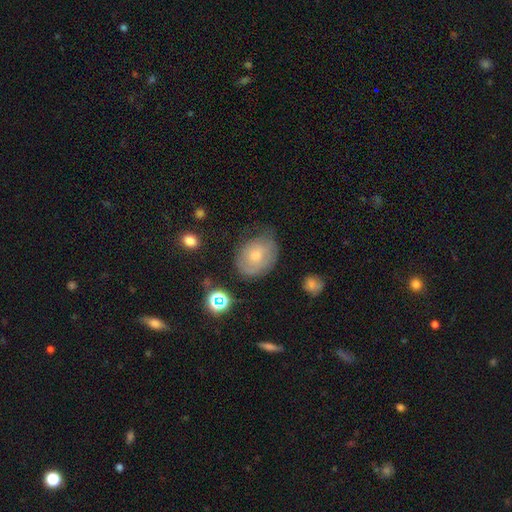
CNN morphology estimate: A smooth galaxy with no disk features (54%) that is in between round and cigar-shaped (57%). Merging: none (55%).